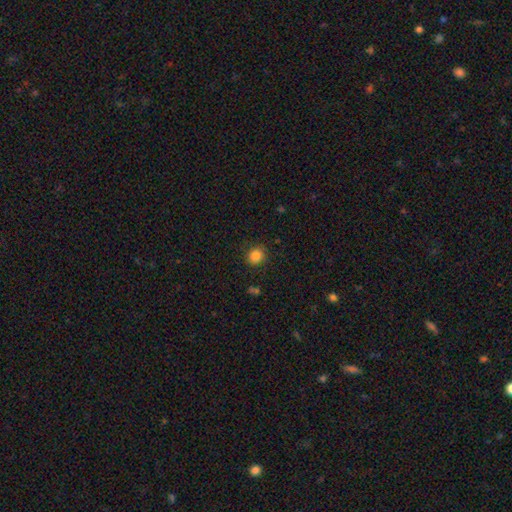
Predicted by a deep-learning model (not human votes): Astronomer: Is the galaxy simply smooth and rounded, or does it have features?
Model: smooth — 85%.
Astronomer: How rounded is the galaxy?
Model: round — 86%.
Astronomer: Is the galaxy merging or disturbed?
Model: none — 87%.